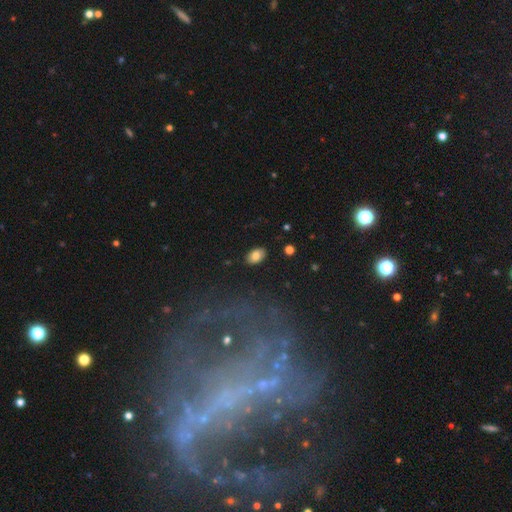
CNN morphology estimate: Smooth or featured? Predicted: smooth (p=0.81). How rounded? Predicted: in between (p=0.90). Merging? Predicted: none (p=0.87).